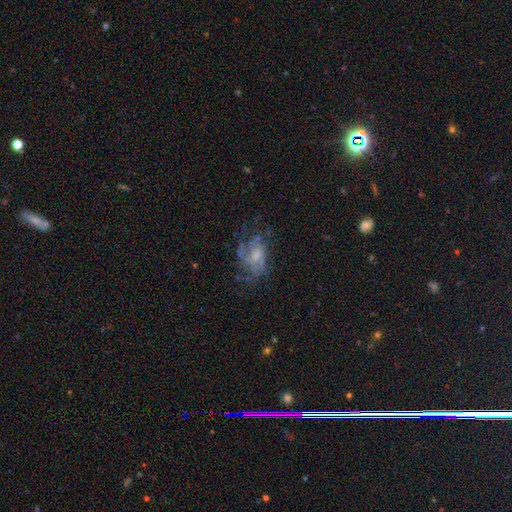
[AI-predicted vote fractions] Smooth or featured: featured or disk — 61% (smooth — 26%)
Edge-on disk: no — 97% (yes — 3%)
Bar: no — 70% (weak — 26%)
Spiral arms: yes — 56% (no — 44%)
Bulge size: small — 37% (moderate — 33%)
Merging: none — 46% (major disturbance — 30%)